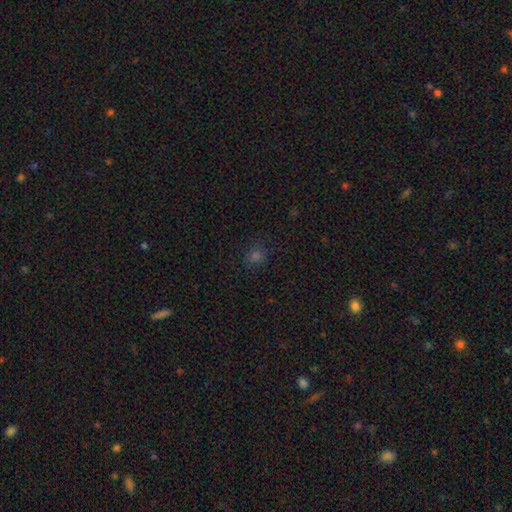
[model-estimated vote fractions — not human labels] smooth-or-featured: smooth: 68% | star or artifact: 26% | featured or disk: 5%
  how-rounded: round: 81% | in between: 18% | cigar-shaped: 1%
  merging: none: 85% | minor disturbance: 10% | major disturbance: 3% | merger: 1%